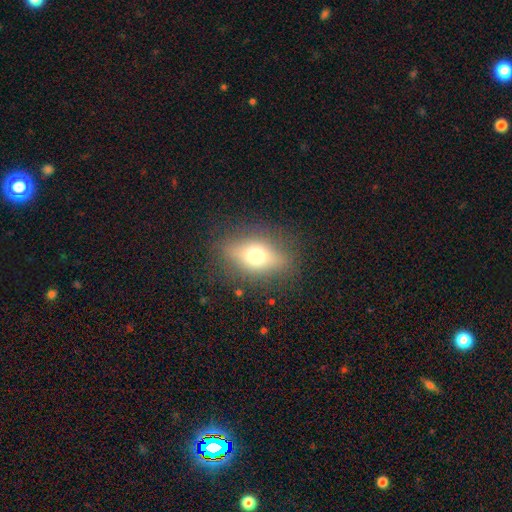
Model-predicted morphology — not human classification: A smooth galaxy with no disk features (59%) that is in between round and cigar-shaped (67%).

Vote fractions:
- Smooth or featured? smooth: 59% / featured or disk: 29% / star or artifact: 11%
- How rounded? in between: 67% / round: 23% / cigar-shaped: 10%
- Merging? none: 80% / minor disturbance: 13% / major disturbance: 6% / merger: 1%